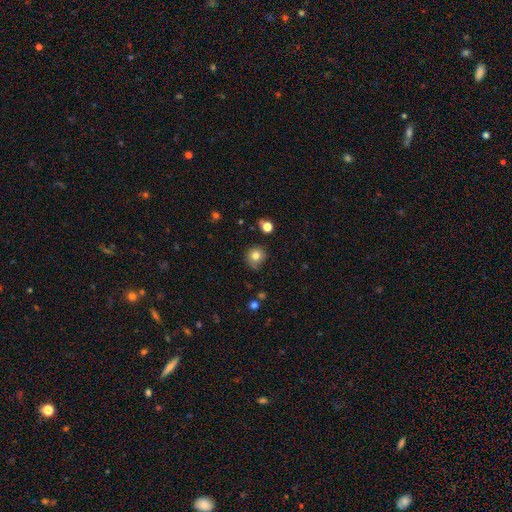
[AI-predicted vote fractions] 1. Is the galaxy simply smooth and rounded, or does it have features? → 80% smooth, 12% star or artifact, 8% featured or disk.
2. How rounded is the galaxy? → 91% round, 8% in between, 1% cigar-shaped.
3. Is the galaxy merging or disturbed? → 79% none, 15% minor disturbance, 3% major disturbance, 3% merger.